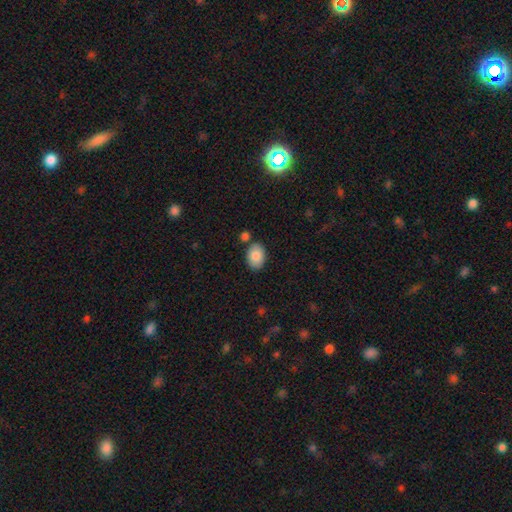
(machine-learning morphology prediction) A smooth galaxy with no disk features (86%) that is in between round and cigar-shaped (84%).

Vote fractions:
- Smooth or featured? smooth: 86% / featured or disk: 7% / star or artifact: 7%
- How rounded? in between: 84% / round: 15% / cigar-shaped: 1%
- Merging? none: 79% / minor disturbance: 11% / merger: 7% / major disturbance: 3%